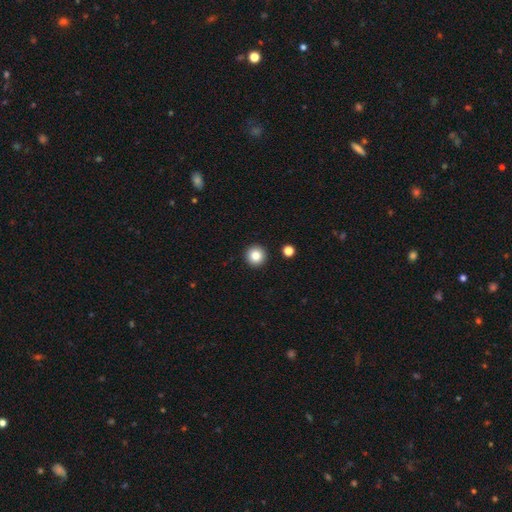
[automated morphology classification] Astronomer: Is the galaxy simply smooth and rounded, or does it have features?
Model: smooth — 85%.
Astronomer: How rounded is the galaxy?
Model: round — 96%.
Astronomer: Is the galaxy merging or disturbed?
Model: none — 92%.